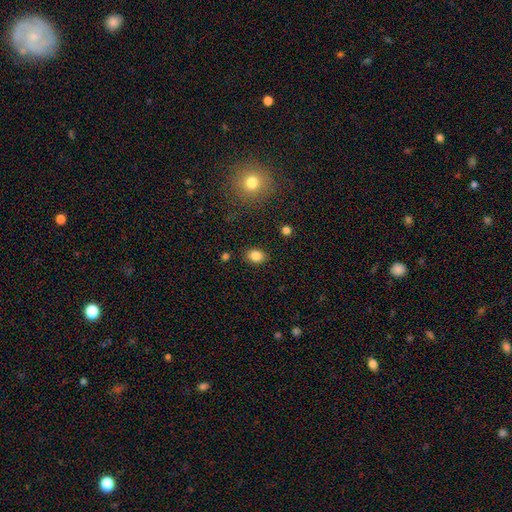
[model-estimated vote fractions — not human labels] A smooth galaxy with no disk features (84%) that is in between round and cigar-shaped (71%).

Vote fractions:
- Smooth or featured? smooth: 84% / star or artifact: 10% / featured or disk: 6%
- How rounded? in between: 71% / round: 27% / cigar-shaped: 1%
- Merging? none: 86% / minor disturbance: 10% / major disturbance: 3% / merger: 2%